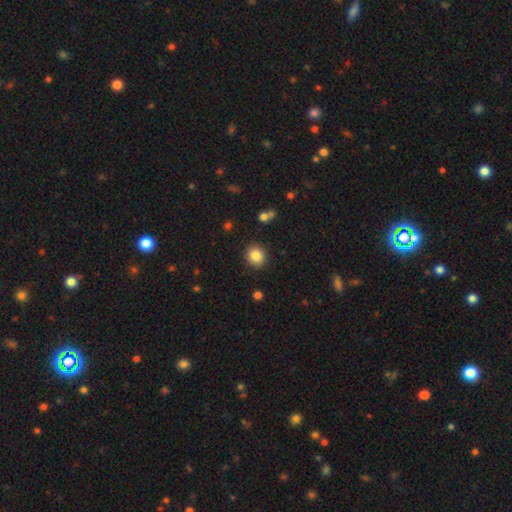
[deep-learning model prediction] Smooth or featured? Predicted: smooth (p=0.85). How rounded? Predicted: round (p=0.80). Merging? Predicted: none (p=0.89).